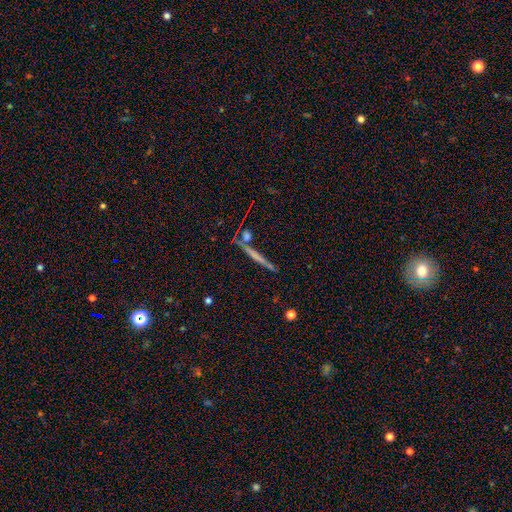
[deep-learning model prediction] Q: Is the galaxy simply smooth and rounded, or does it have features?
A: featured or disk — 49%.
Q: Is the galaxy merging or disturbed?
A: none — 81%.